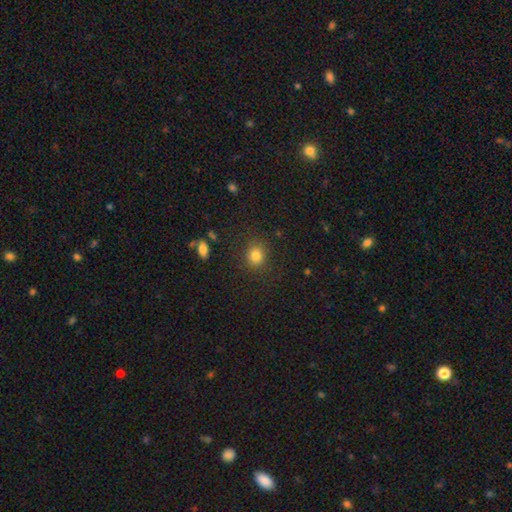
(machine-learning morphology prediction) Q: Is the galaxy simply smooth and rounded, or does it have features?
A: smooth — 82%.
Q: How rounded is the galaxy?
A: round — 74%.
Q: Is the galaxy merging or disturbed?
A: none — 85%.